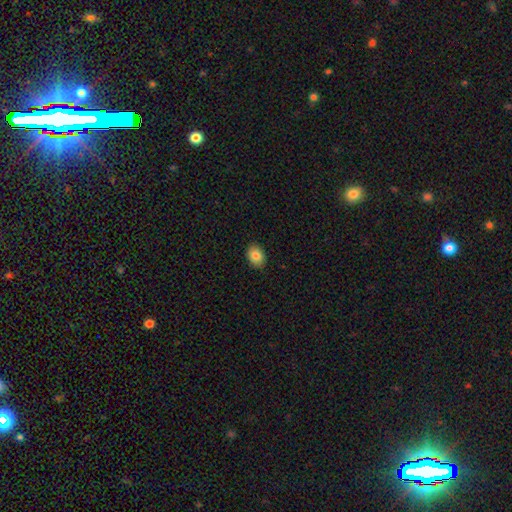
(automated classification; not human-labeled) The model was most divided on "how rounded": in between: 73%, round: 26%, cigar-shaped: 1%. More confident: merging — none (90%); smooth or featured — smooth (84%).